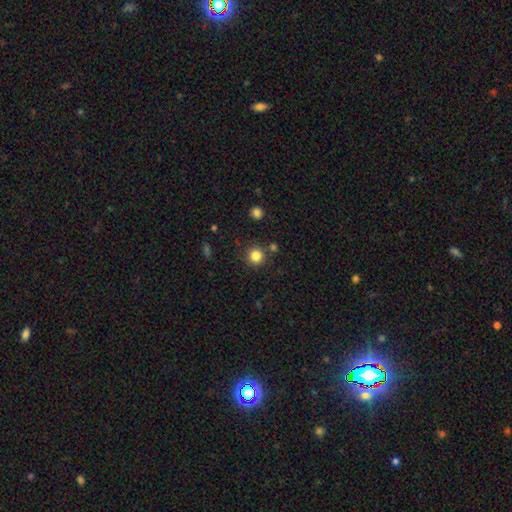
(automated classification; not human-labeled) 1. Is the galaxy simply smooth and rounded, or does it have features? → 83% smooth, 12% star or artifact, 5% featured or disk.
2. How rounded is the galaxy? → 93% round, 6% in between, 1% cigar-shaped.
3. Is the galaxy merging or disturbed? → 85% none, 7% minor disturbance, 5% merger, 3% major disturbance.